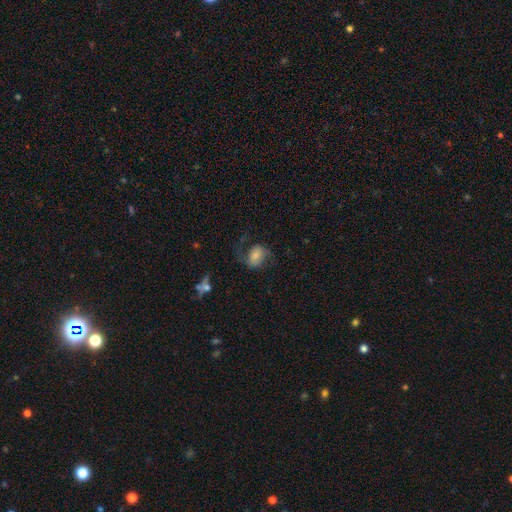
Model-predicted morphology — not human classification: featured or disk 50%, smooth 41%, star or artifact 10%. Down the decision tree: merging — none (53%).